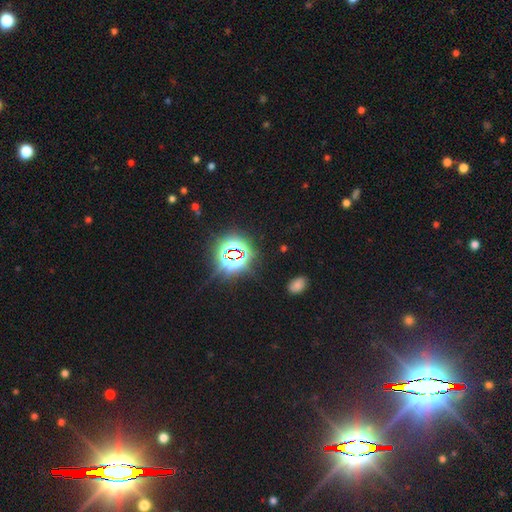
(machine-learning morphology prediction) Overall: star or artifact (79%).